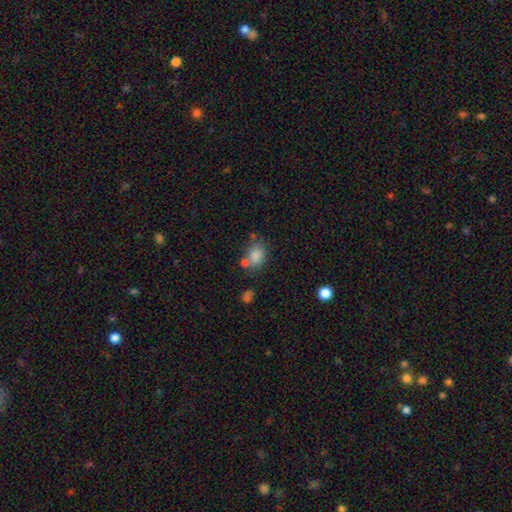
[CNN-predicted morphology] Q: Smooth or featured?
A: smooth (83%); runner-up: star or artifact (10%)
Q: How rounded?
A: in between (72%); runner-up: round (27%)
Q: Merging?
A: none (57%); runner-up: merger (20%)